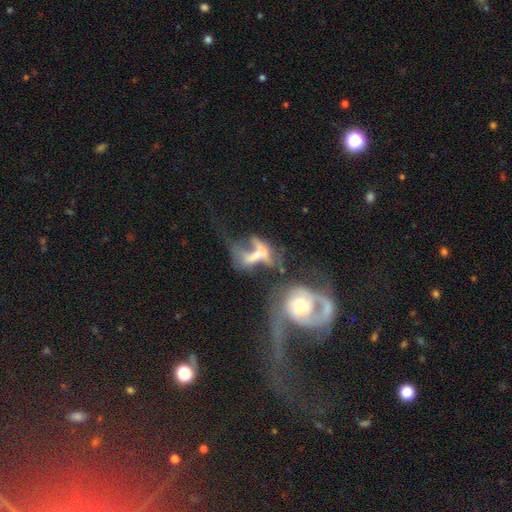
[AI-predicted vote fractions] smooth-or-featured: featured or disk: 58% | smooth: 30% | star or artifact: 13%
  disk-edge-on: no: 88% | yes: 12%
    bar: no: 64% | strong: 19% | weak: 16%
    has-spiral-arms: no: 67% | yes: 33%
    bulge-size: none: 39% | moderate: 30% | small: 20% | large: 8% | dominant: 4%
  merging: merger: 53% | major disturbance: 27% | none: 13% | minor disturbance: 8%